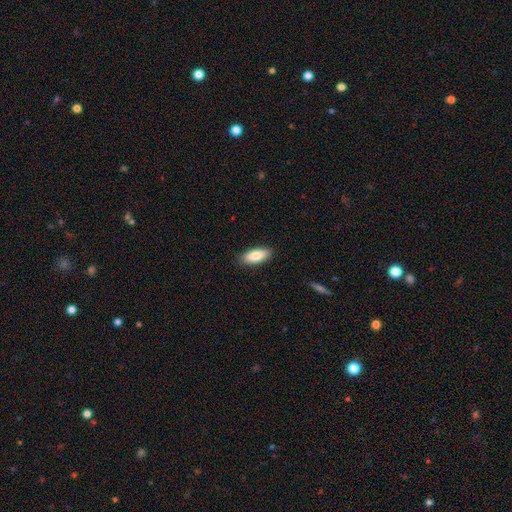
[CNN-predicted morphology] smooth 83%, featured or disk 11%, star or artifact 6%. Down the decision tree: how rounded — in between (76%); merging — none (88%).